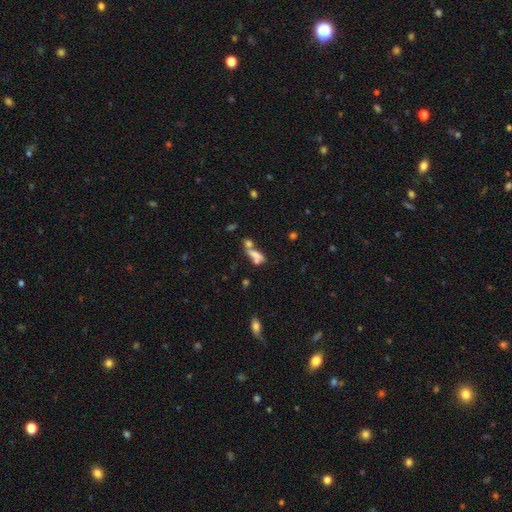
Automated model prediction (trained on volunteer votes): A smooth galaxy with no disk features (59%) that is in between round and cigar-shaped (62%).

Vote fractions:
- Smooth or featured? smooth: 59% / featured or disk: 27% / star or artifact: 14%
- How rounded? in between: 62% / cigar-shaped: 30% / round: 9%
- Merging? merger: 53% / none: 25% / minor disturbance: 11% / major disturbance: 11%